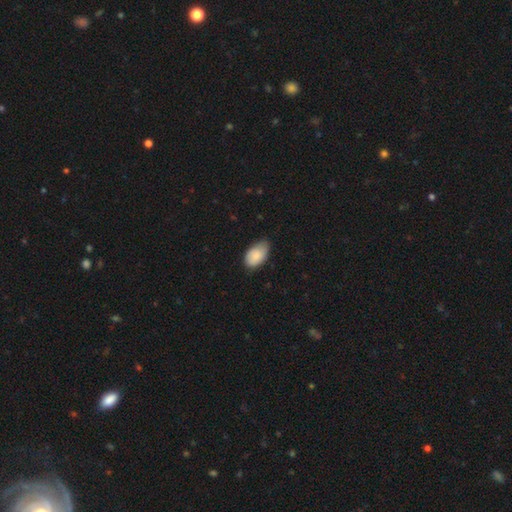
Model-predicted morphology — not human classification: smooth-or-featured: smooth: 84% | featured or disk: 10% | star or artifact: 6%
  how-rounded: in between: 92% | round: 6% | cigar-shaped: 1%
  merging: none: 61% | minor disturbance: 34% | major disturbance: 4% | merger: 1%